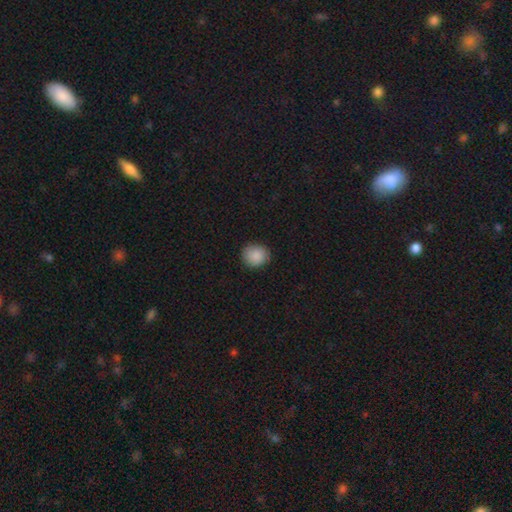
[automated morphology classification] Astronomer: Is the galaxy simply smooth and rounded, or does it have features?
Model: smooth — 89%.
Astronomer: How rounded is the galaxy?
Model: round — 85%.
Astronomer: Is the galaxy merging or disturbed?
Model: none — 87%.